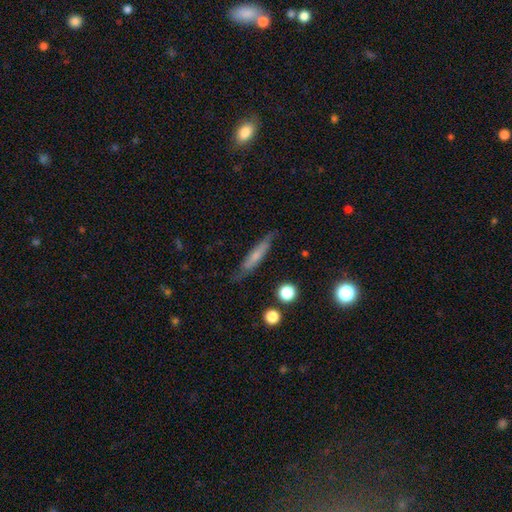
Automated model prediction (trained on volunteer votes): Morphology: type=smooth (53%); roundness=cigar-shaped (87%); merging=none (79%).